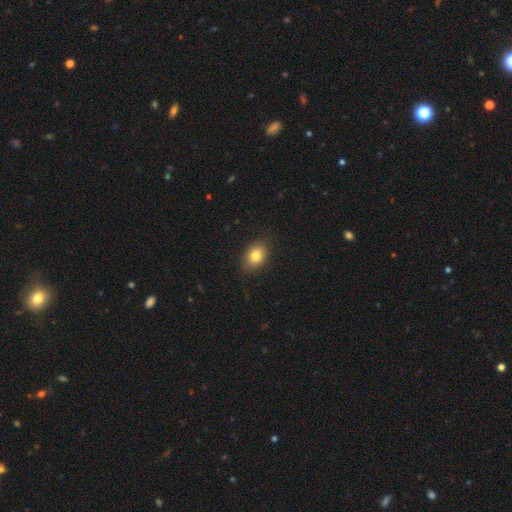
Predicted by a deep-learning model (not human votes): Smooth or featured?
  - smooth: 82% *
  - star or artifact: 10%
  - featured or disk: 9%
How rounded?
  - in between: 71% *
  - round: 28%
  - cigar-shaped: 1%
Merging?
  - none: 87% *
  - minor disturbance: 10%
  - major disturbance: 2%
  - merger: 1%